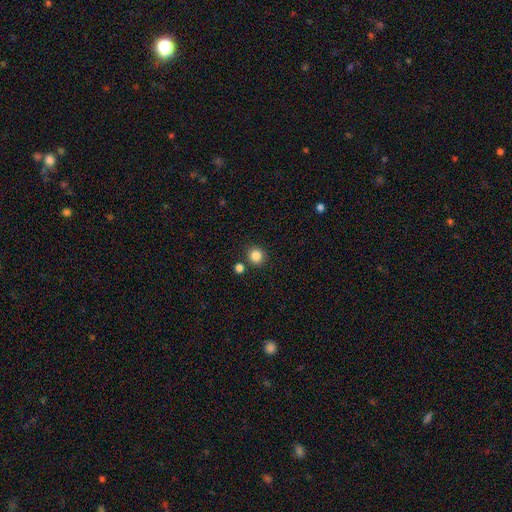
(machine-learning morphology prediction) Smooth or featured? smooth (85%)
How rounded? round (90%)
Merging? none (84%)